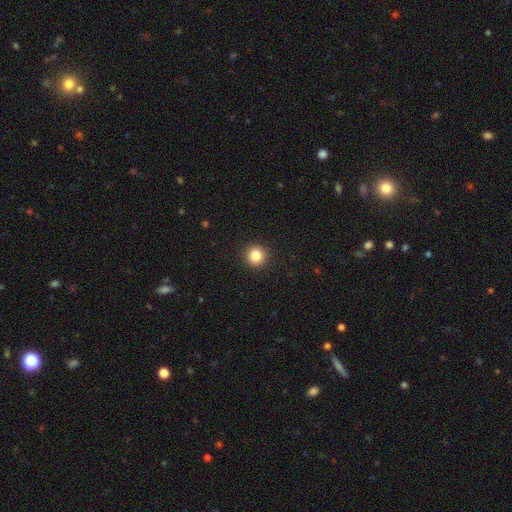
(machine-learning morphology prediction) This appears to be a smooth galaxy with no disk features (84%) that is round (95%). Merging: none (93%).